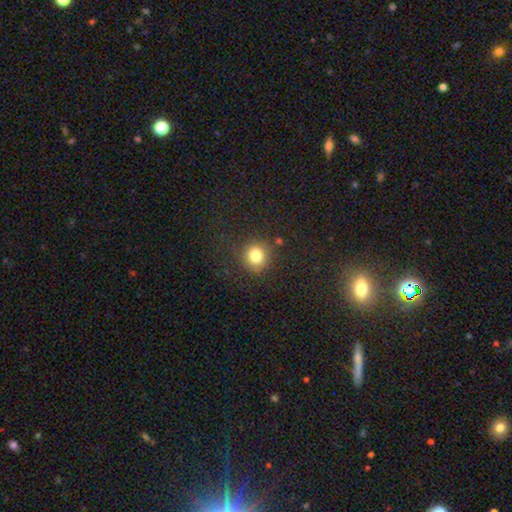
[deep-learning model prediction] A smooth galaxy with no disk features (80%) that is round (90%).

Vote fractions:
- Smooth or featured? smooth: 80% / star or artifact: 13% / featured or disk: 7%
- How rounded? round: 90% / in between: 9% / cigar-shaped: 1%
- Merging? none: 85% / minor disturbance: 9% / major disturbance: 4% / merger: 2%